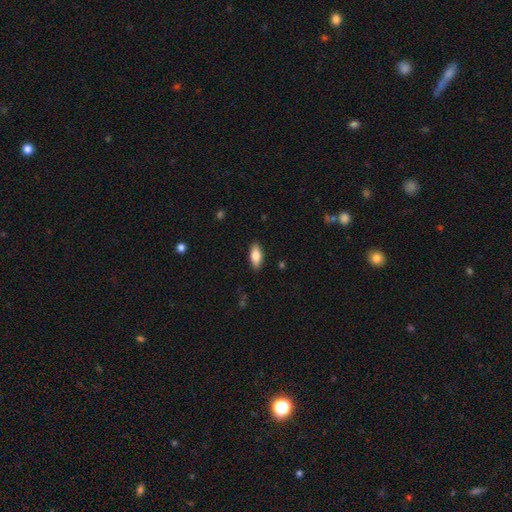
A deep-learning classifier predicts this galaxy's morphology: Q: Smooth or featured?
A: smooth (81%); runner-up: featured or disk (12%)
Q: How rounded?
A: in between (83%); runner-up: cigar-shaped (15%)
Q: Merging?
A: none (88%); runner-up: minor disturbance (9%)